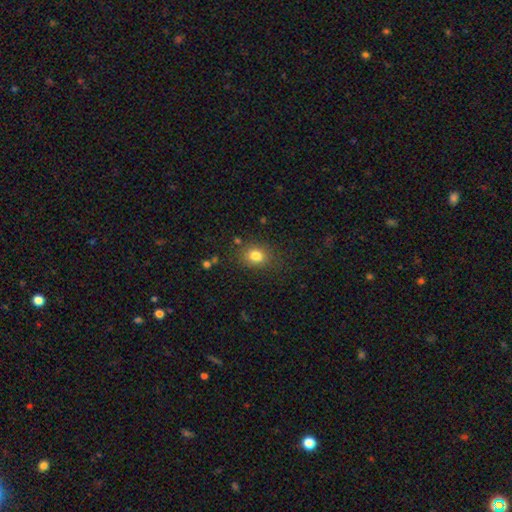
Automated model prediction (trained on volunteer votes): This is clearly a smooth galaxy (80%). How rounded: possibly round (51%). Merging: likely none (80%).